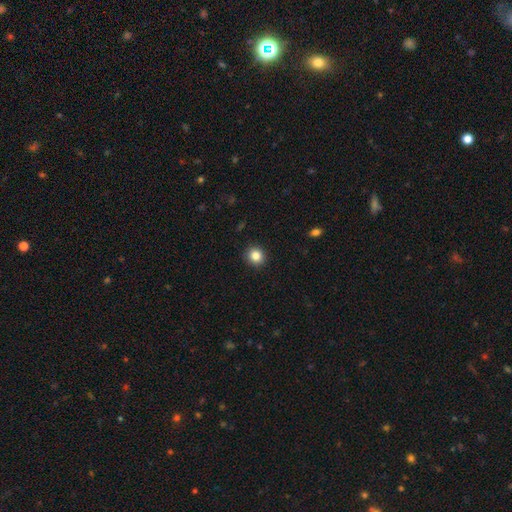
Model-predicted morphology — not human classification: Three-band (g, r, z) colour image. It shows a smooth galaxy with no disk features (84%) that is round (90%). Merging: none (92%).